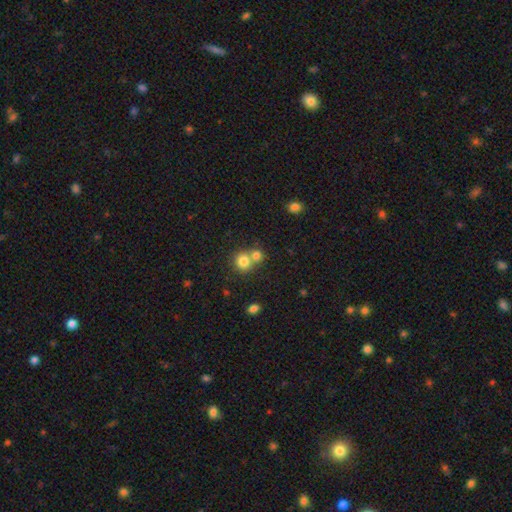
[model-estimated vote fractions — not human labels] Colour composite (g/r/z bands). It shows a smooth galaxy with no disk features (59%) that is round (86%). Merging: none (56%).